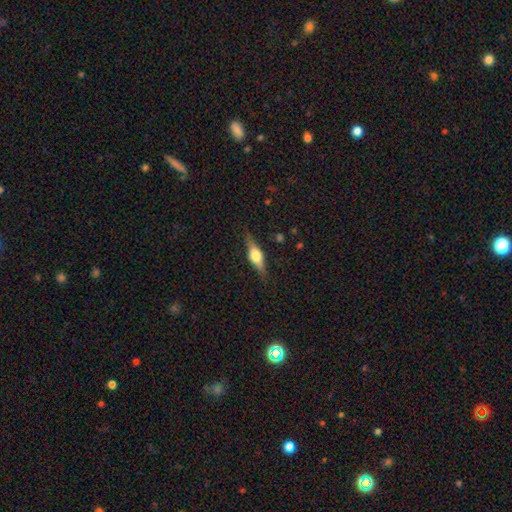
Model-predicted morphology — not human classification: Smooth or featured: featured or disk — 56% (smooth — 37%)
Edge-on disk: yes — 94% (no — 6%)
Edge-on bulge: rounded — 92% (boxy — 6%)
Merging: none — 83% (minor disturbance — 12%)